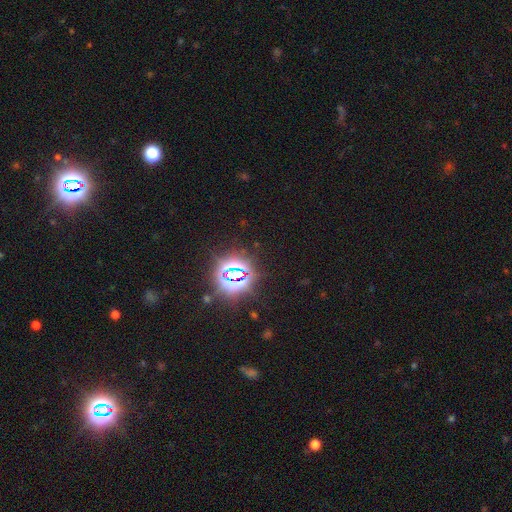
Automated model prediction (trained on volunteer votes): A star or artifact, not a galaxy (76%).

Vote fractions:
- Smooth or featured? star or artifact: 76% / smooth: 18% / featured or disk: 6%